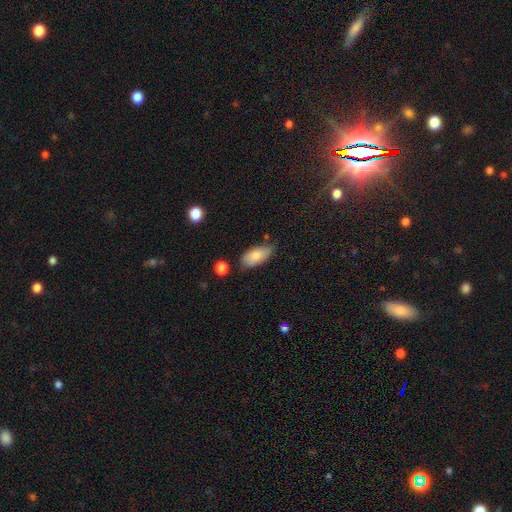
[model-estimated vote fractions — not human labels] smooth-or-featured: smooth: 84% | featured or disk: 10% | star or artifact: 7%
  how-rounded: in between: 91% | cigar-shaped: 6% | round: 2%
  merging: none: 67% | minor disturbance: 24% | major disturbance: 4% | merger: 4%